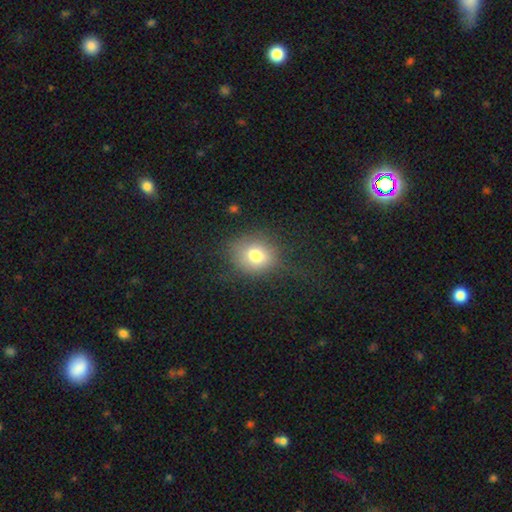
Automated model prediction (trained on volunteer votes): This is likely a smooth galaxy (77%). How rounded: likely round (65%). Merging: likely none (68%).